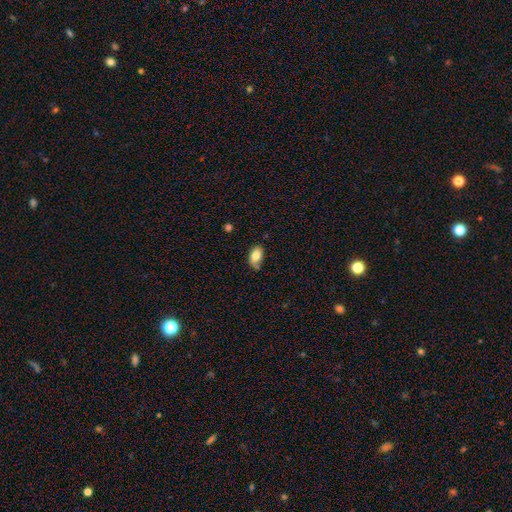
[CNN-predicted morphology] smooth-or-featured: smooth: 82% | featured or disk: 10% | star or artifact: 8%
  how-rounded: in between: 89% | round: 9% | cigar-shaped: 2%
  merging: none: 65% | minor disturbance: 25% | merger: 5% | major disturbance: 5%